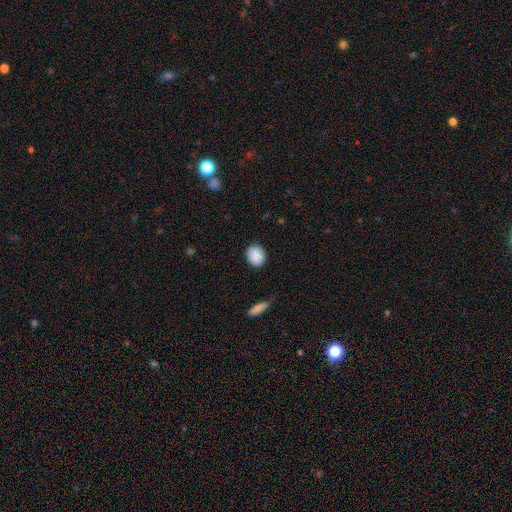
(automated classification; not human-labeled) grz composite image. It shows a smooth galaxy with no disk features (90%) that is round (53%). Merging: none (86%).